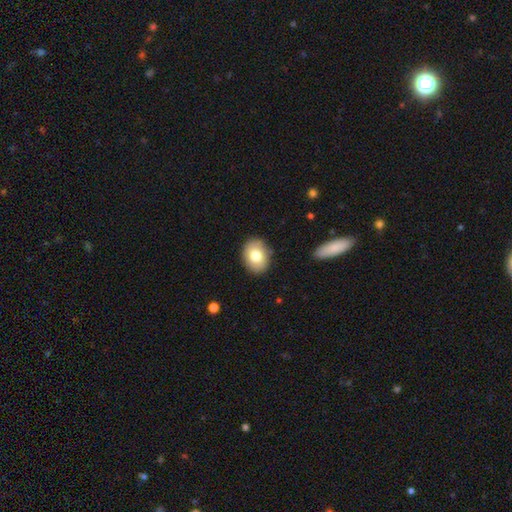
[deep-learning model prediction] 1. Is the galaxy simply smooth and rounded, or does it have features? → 78% smooth, 14% featured or disk, 8% star or artifact.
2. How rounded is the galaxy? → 63% in between, 36% round, 1% cigar-shaped.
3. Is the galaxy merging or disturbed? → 87% none, 9% minor disturbance, 2% major disturbance, 1% merger.